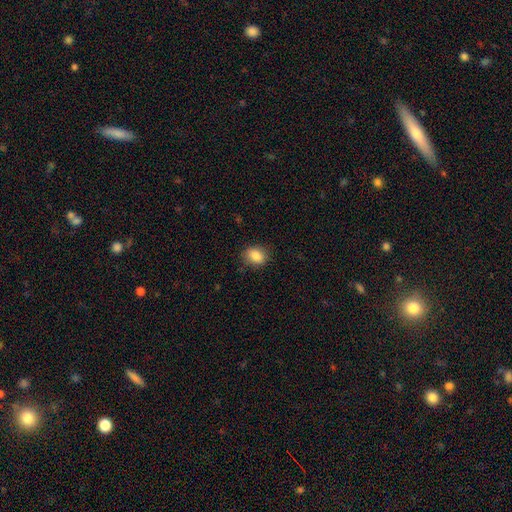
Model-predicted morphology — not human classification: This appears to be a smooth galaxy with no disk features (87%) that is in between round and cigar-shaped (60%). Merging: none (83%).